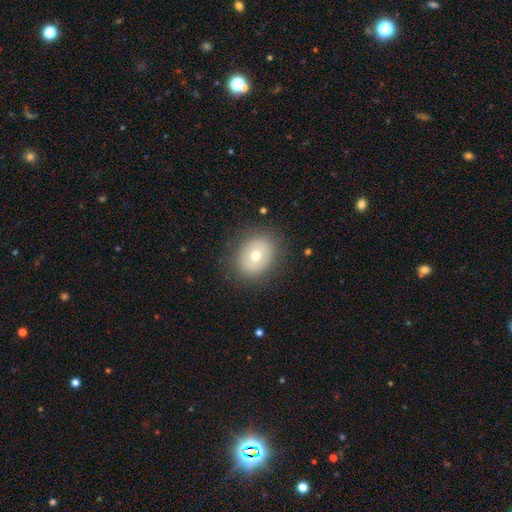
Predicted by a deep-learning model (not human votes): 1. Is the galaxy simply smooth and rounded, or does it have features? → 66% smooth, 24% featured or disk, 10% star or artifact.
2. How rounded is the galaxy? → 53% round, 46% in between, 1% cigar-shaped.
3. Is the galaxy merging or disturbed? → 85% none, 10% minor disturbance, 4% major disturbance, 1% merger.